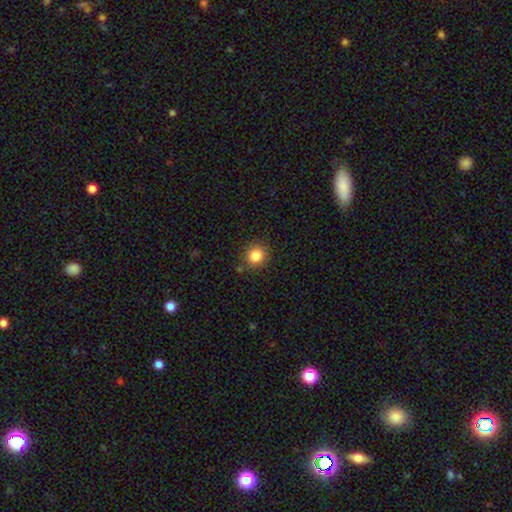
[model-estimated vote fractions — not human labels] This is clearly a smooth galaxy (84%). How rounded: clearly round (91%). Merging: clearly none (86%).